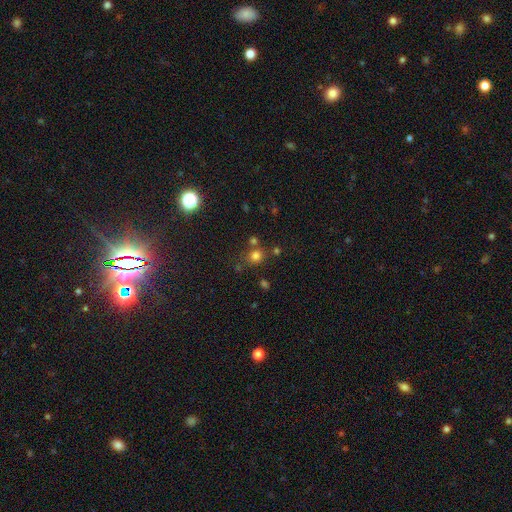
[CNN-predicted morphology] smooth 74%, star or artifact 19%, featured or disk 6%. Down the decision tree: how rounded — round (84%); merging — none (72%).